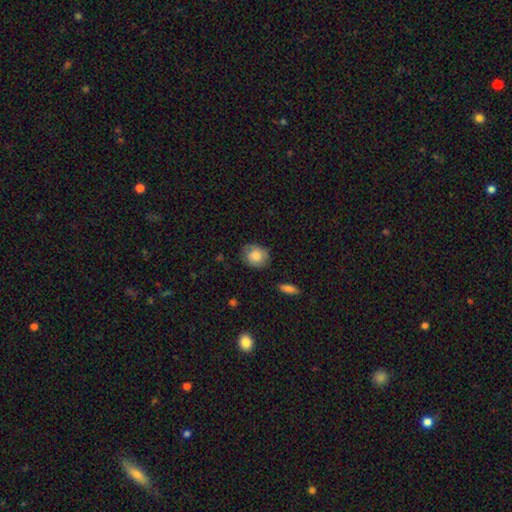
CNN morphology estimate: Q: Smooth or featured?
A: smooth (78%); runner-up: featured or disk (14%)
Q: How rounded?
A: round (63%); runner-up: in between (36%)
Q: Merging?
A: none (72%); runner-up: minor disturbance (21%)